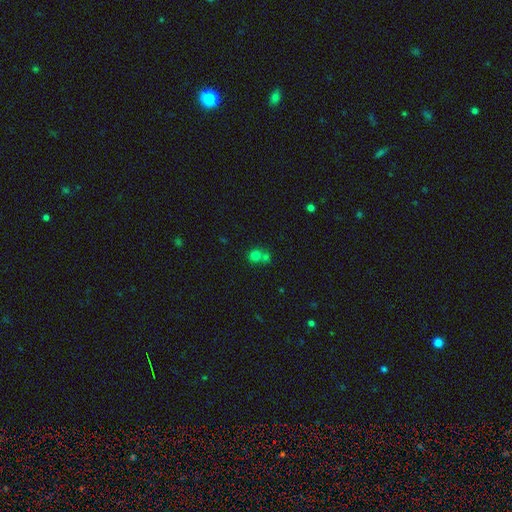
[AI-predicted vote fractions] This appears to be a smooth galaxy with no disk features (73%) that is round (80%). Merging: merger (46%).